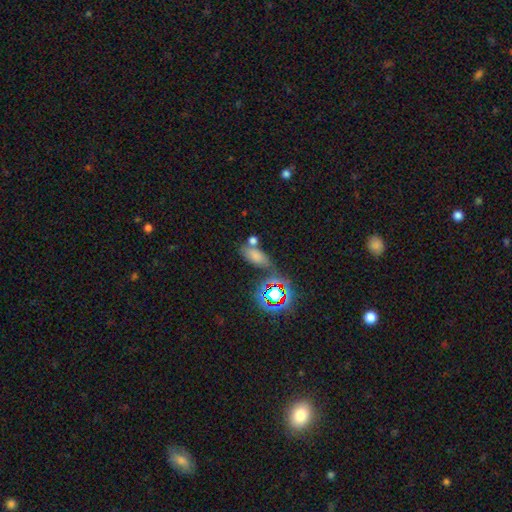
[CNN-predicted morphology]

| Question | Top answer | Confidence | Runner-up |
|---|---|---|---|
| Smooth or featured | smooth | 65% | star or artifact (23%) |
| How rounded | in between | 83% | cigar-shaped (9%) |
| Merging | none | 50% | merger (24%) |